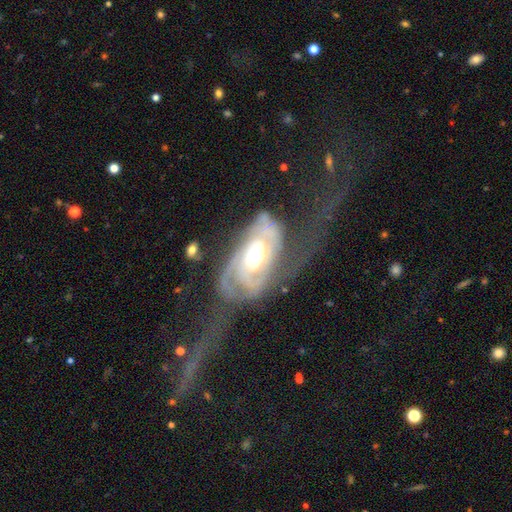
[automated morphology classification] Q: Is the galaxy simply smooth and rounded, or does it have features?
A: featured or disk — 87%.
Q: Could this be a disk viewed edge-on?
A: no — 95%.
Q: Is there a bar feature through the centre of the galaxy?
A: no — 59%.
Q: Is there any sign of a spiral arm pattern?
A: yes — 92%.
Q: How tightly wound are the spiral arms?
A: tight — 52%.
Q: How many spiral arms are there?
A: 2 — 41%.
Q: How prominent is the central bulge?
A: moderate — 70%.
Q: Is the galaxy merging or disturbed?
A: major disturbance — 47%.